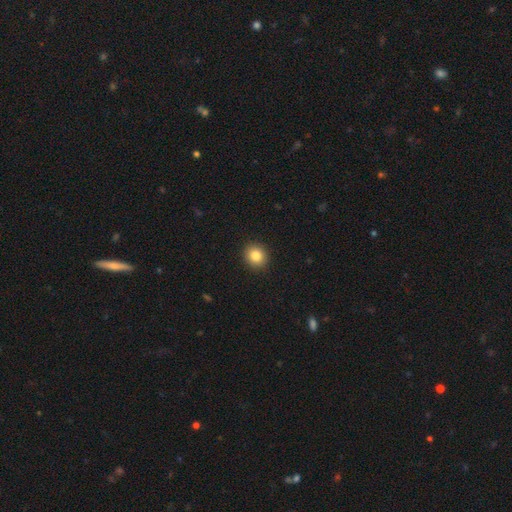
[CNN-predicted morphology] smooth-or-featured: smooth: 83% | star or artifact: 10% | featured or disk: 6%
  how-rounded: round: 87% | in between: 12% | cigar-shaped: 1%
  merging: none: 93% | minor disturbance: 5% | major disturbance: 2% | merger: 1%